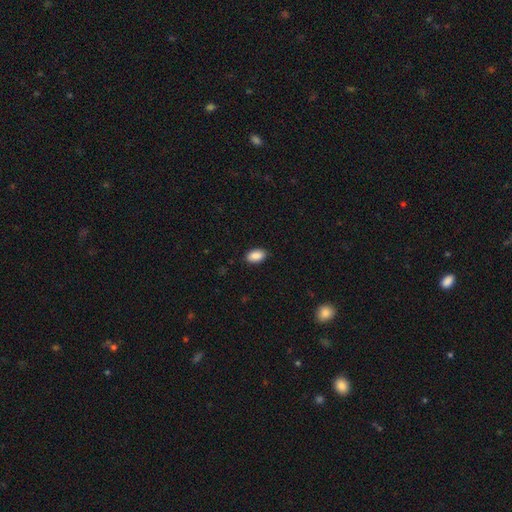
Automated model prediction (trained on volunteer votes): This is clearly a smooth galaxy (90%). How rounded: clearly in between (93%). Merging: clearly none (87%).